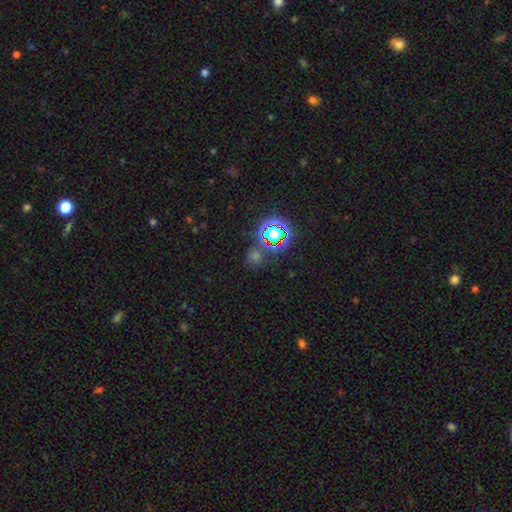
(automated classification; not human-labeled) Morphology: type=star or artifact (59%).